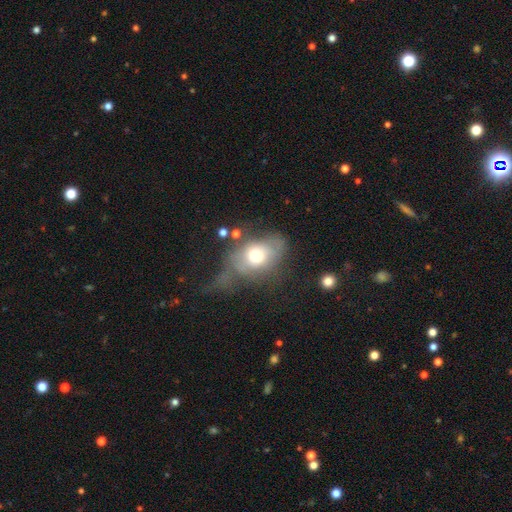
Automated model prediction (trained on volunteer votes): This appears to be a smooth galaxy with no disk features (59%) that is in between round and cigar-shaped (64%). Merging: major disturbance (46%).